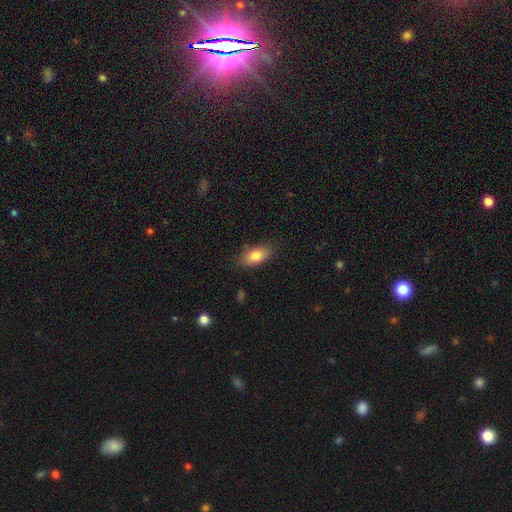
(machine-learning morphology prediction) A smooth galaxy with no disk features (81%) that is in between round and cigar-shaped (87%). Merging: none (79%).